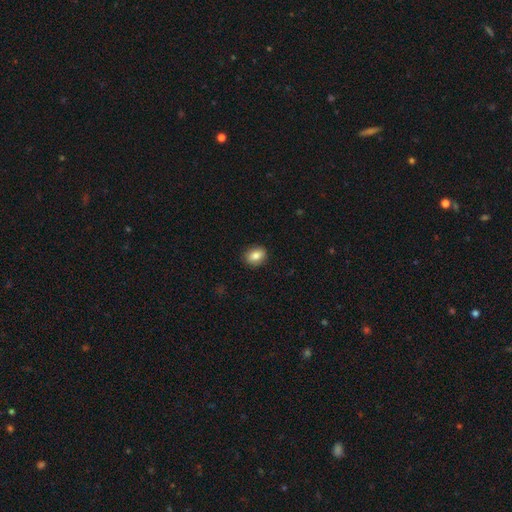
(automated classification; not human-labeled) Overall: smooth (83%). How rounded: in between (59%; round 39%). Merging: none (89%).